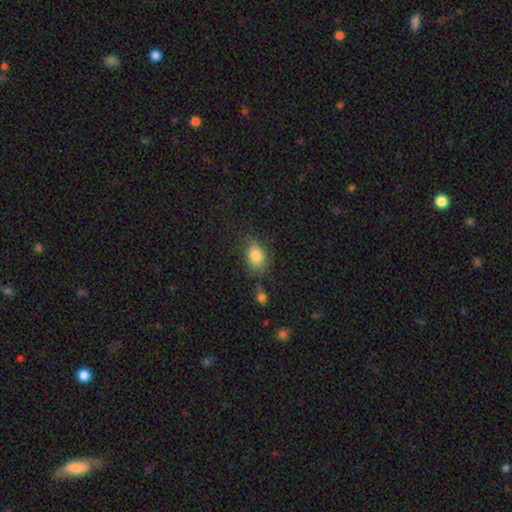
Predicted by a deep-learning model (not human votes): smooth-or-featured: smooth: 83% | star or artifact: 9% | featured or disk: 8%
  how-rounded: in between: 78% | round: 20% | cigar-shaped: 2%
  merging: none: 66% | minor disturbance: 22% | major disturbance: 8% | merger: 5%